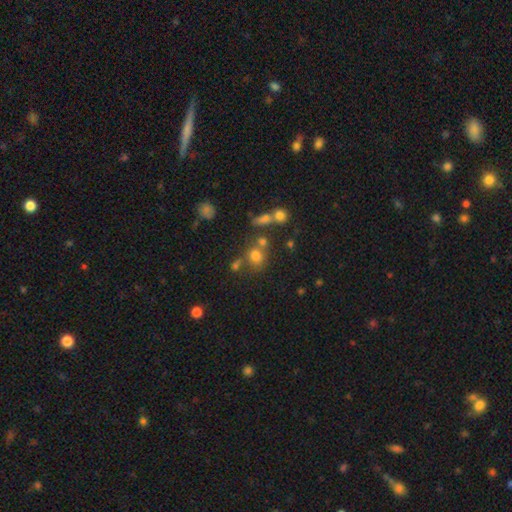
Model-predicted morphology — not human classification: smooth 71%, star or artifact 17%, featured or disk 12%. Down the decision tree: how rounded — round (67%); merging — none (53%).